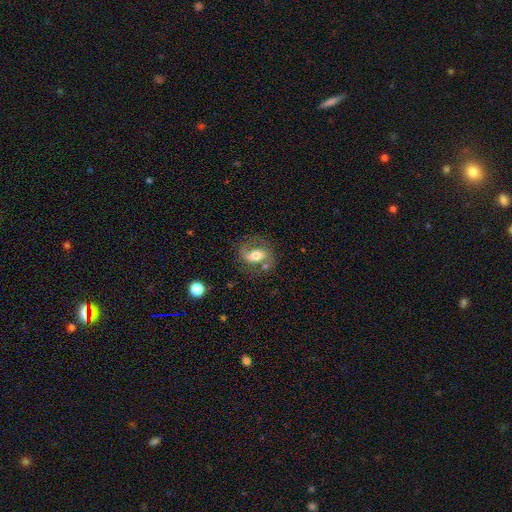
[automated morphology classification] Q: Smooth or featured?
A: featured or disk (59%); runner-up: smooth (33%)
Q: Edge-on disk?
A: no (94%); runner-up: yes (6%)
Q: Bar?
A: no (38%); runner-up: weak (36%)
Q: Spiral arms?
A: yes (78%); runner-up: no (22%)
Q: Bulge size?
A: moderate (67%); runner-up: large (16%)
Q: Merging?
A: none (60%); runner-up: minor disturbance (20%)